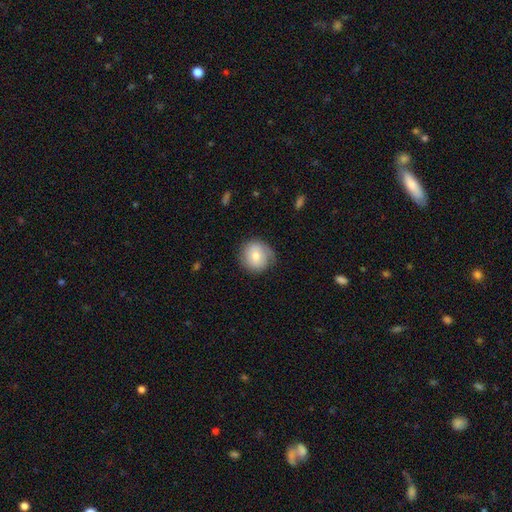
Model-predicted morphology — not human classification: Smooth or featured?
  - smooth: 70% *
  - featured or disk: 23%
  - star or artifact: 7%
How rounded?
  - round: 90% *
  - in between: 9%
  - cigar-shaped: 1%
Merging?
  - none: 74% *
  - minor disturbance: 19%
  - major disturbance: 6%
  - merger: 1%